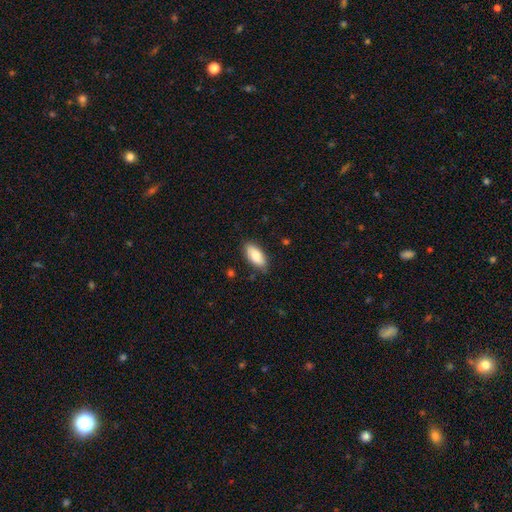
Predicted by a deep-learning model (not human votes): Smooth or featured? Predicted: smooth (p=0.81). How rounded? Predicted: in between (p=0.91). Merging? Predicted: none (p=0.82).